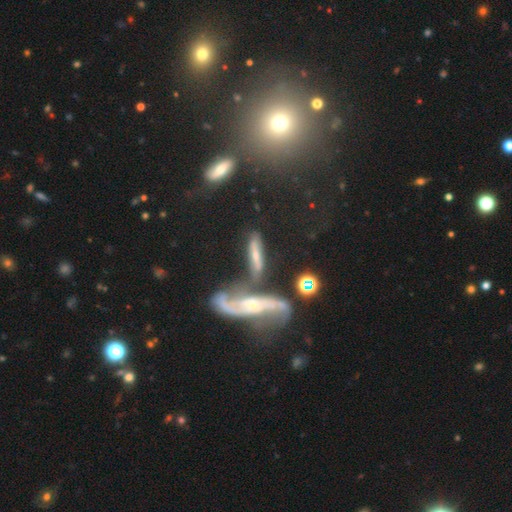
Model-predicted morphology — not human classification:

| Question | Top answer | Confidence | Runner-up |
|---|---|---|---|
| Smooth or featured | featured or disk | 77% | smooth (12%) |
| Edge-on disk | no | 72% | yes (28%) |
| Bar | no | 41% | weak (34%) |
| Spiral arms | yes | 90% | no (10%) |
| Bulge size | small | 51% | moderate (37%) |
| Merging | none | 53% | merger (18%) |